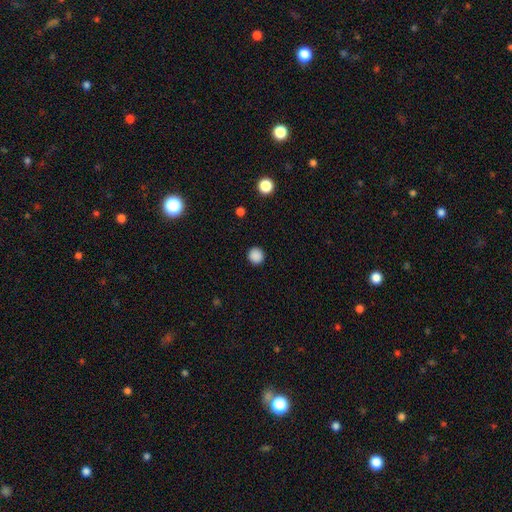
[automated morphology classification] Overall: smooth (87%). How rounded: round (93%). Merging: none (92%).